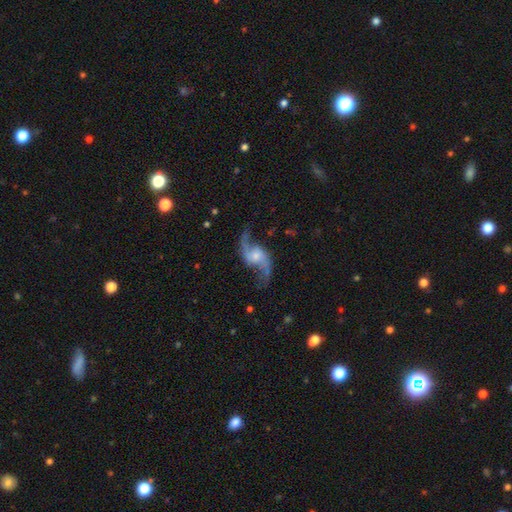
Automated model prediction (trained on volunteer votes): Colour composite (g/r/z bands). It shows a featured or disk galaxy (90%) with no bar (52%), 2 (94%) loose (85%) spiral arms (97%) and a moderate central bulge (41%). Merging: none (76%).